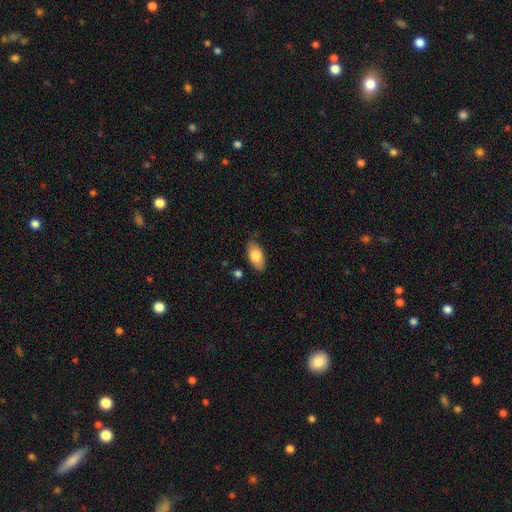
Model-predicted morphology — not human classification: smooth_or_featured: smooth (p=0.83) [alt: featured or disk p=0.10]
how_rounded: in between (p=0.93) [alt: cigar-shaped p=0.04]
merging: none (p=0.77) [alt: minor disturbance p=0.17]